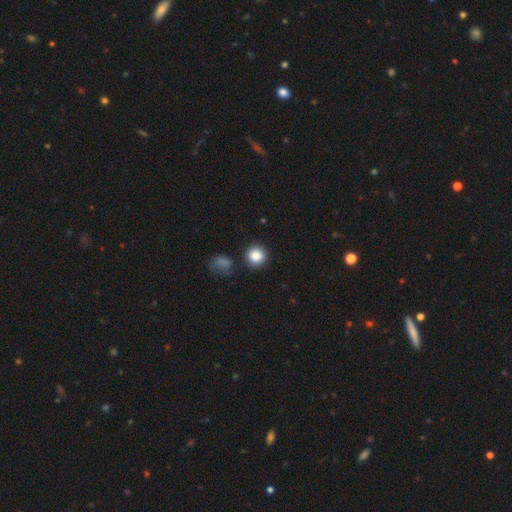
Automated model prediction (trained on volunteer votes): Smooth or featured?
  - smooth: 87% *
  - star or artifact: 9%
  - featured or disk: 4%
How rounded?
  - round: 92% *
  - in between: 7%
  - cigar-shaped: 1%
Merging?
  - none: 81% *
  - minor disturbance: 10%
  - merger: 5%
  - major disturbance: 4%